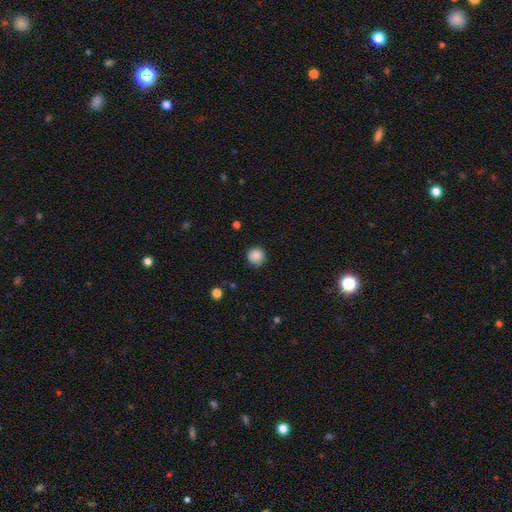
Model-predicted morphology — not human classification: A smooth galaxy with no disk features (87%) that is round (93%).

Vote fractions:
- Smooth or featured? smooth: 87% / star or artifact: 9% / featured or disk: 4%
- How rounded? round: 93% / in between: 6% / cigar-shaped: 1%
- Merging? none: 82% / minor disturbance: 14% / major disturbance: 3% / merger: 1%